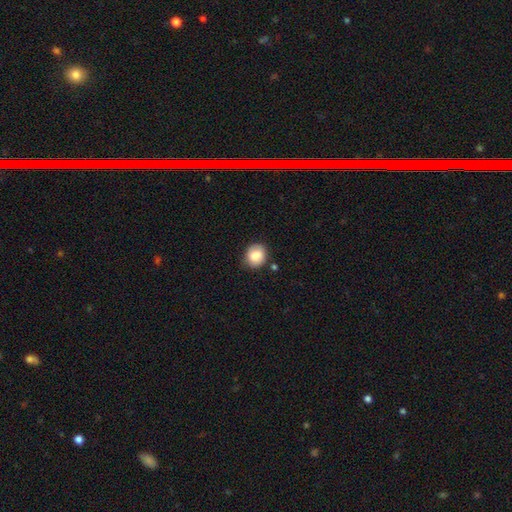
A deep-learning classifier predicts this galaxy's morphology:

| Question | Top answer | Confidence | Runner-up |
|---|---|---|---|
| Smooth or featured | smooth | 85% | star or artifact (8%) |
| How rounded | round | 75% | in between (24%) |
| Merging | none | 79% | minor disturbance (15%) |